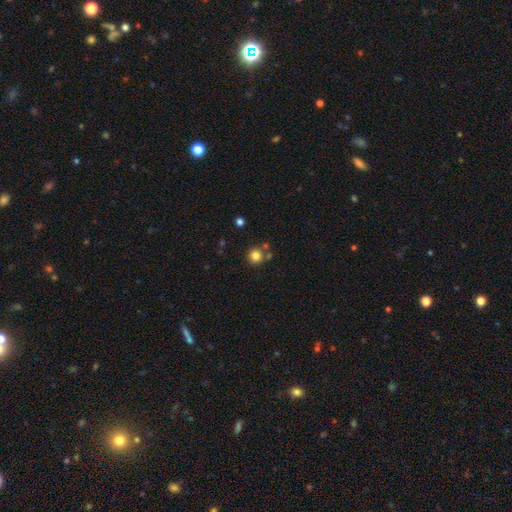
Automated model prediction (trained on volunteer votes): Smooth or featured? smooth (82%)
How rounded? round (92%)
Merging? none (76%)